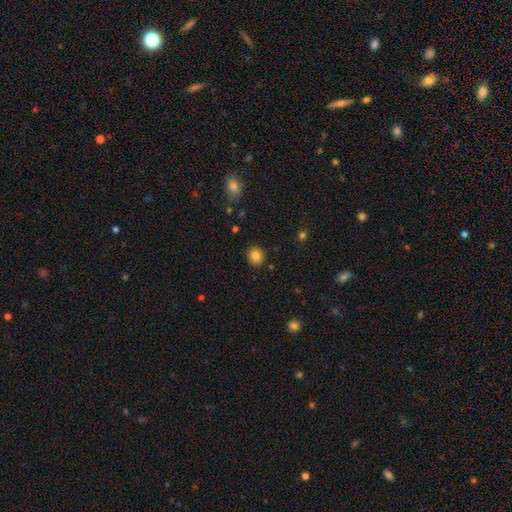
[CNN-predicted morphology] This appears to be a smooth galaxy with no disk features (83%) that is round (83%). Merging: none (89%).